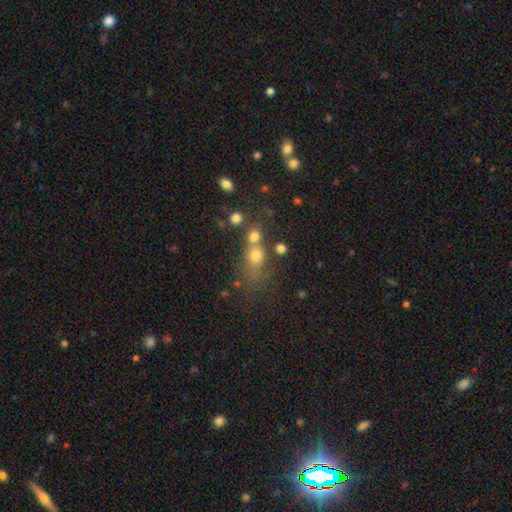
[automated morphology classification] The model was most divided on "merging" (2-way tie): merger: 39%, none: 39%, minor disturbance: 12%, major disturbance: 10%. More confident: smooth or featured — smooth (69%); how rounded — round (63%).